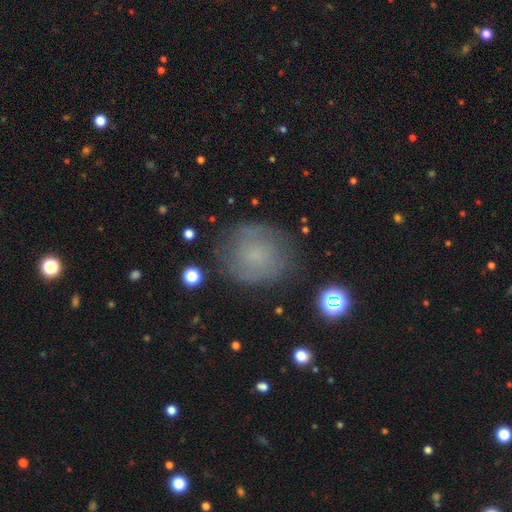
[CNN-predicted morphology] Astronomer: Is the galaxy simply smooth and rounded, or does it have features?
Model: smooth — 44% (runner-up: featured or disk, 41%).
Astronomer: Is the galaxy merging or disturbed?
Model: none — 77%.